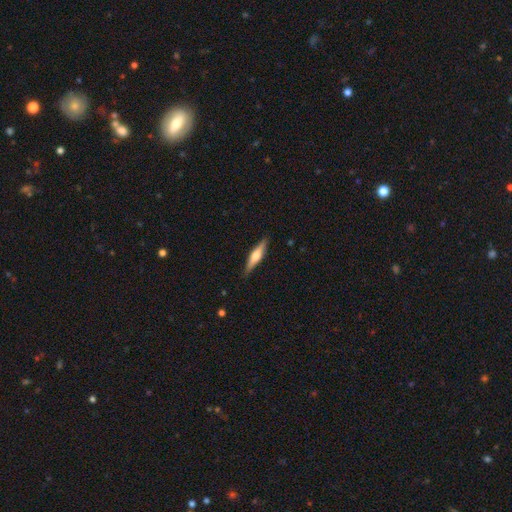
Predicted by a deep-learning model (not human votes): This appears to be a featured or disk galaxy (53%) viewed edge-on (96%) with a rounded central bulge (85%). Merging: none (88%).